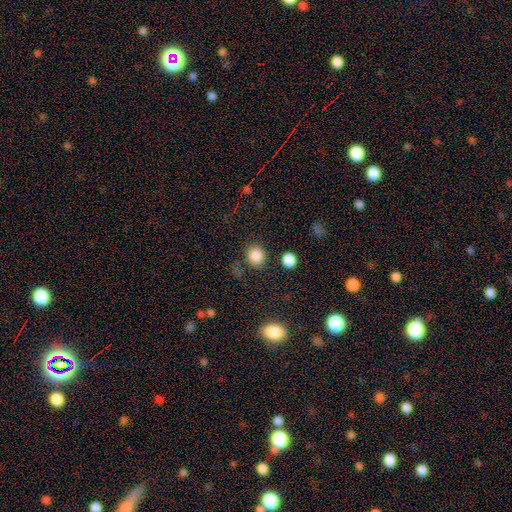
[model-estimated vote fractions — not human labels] smooth_or_featured: smooth (p=0.85) [alt: star or artifact p=0.11]
how_rounded: round (p=0.81) [alt: in between p=0.18]
merging: none (p=0.81) [alt: minor disturbance p=0.10]